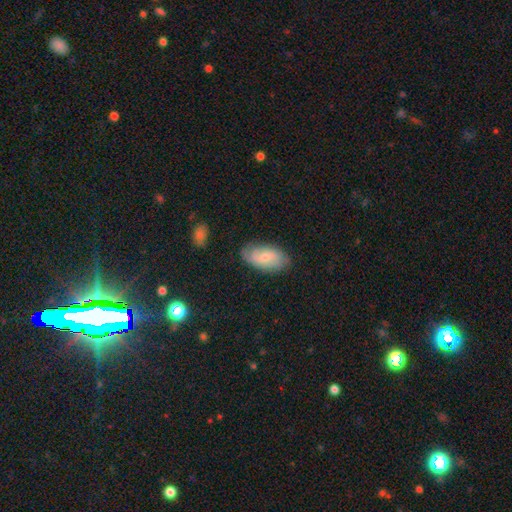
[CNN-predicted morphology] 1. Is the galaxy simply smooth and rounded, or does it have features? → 52% smooth, 41% featured or disk, 7% star or artifact.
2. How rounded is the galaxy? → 93% in between, 4% round, 3% cigar-shaped.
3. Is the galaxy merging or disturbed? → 77% none, 18% minor disturbance, 4% major disturbance, 1% merger.